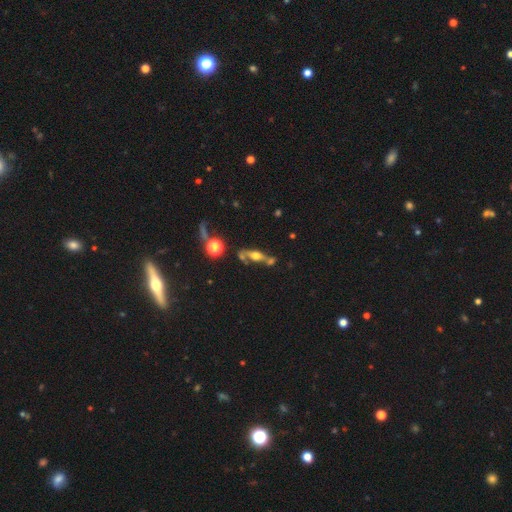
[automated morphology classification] smooth_or_featured: featured or disk (p=0.53) [alt: smooth p=0.34]
disk_edge_on: yes (p=0.68) [alt: no p=0.32]
merging: none (p=0.46) [alt: merger p=0.26]